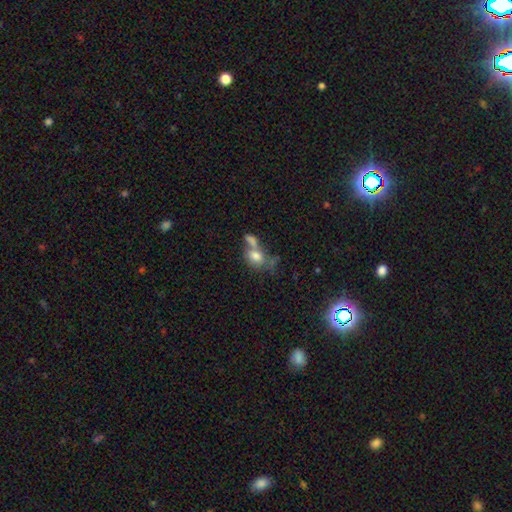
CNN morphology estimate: Smooth or featured?
  - smooth: 73% *
  - featured or disk: 17%
  - star or artifact: 10%
How rounded?
  - in between: 62% *
  - round: 36%
  - cigar-shaped: 3%
Merging?
  - merger: 55% *
  - none: 23%
  - minor disturbance: 11%
  - major disturbance: 11%